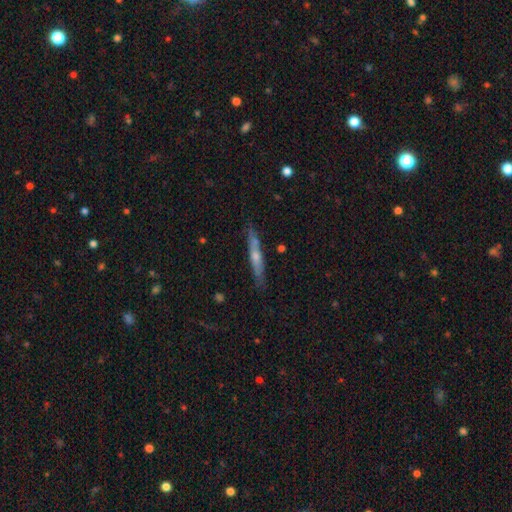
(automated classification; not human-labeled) featured or disk 53%, smooth 40%, star or artifact 7%. Down the decision tree: edge-on disk — yes (90%); merging — none (83%).